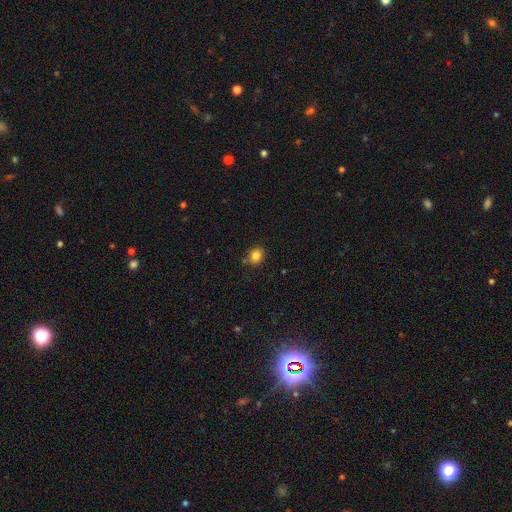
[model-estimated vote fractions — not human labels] Smooth or featured? smooth (83%)
How rounded? round (68%)
Merging? none (81%)